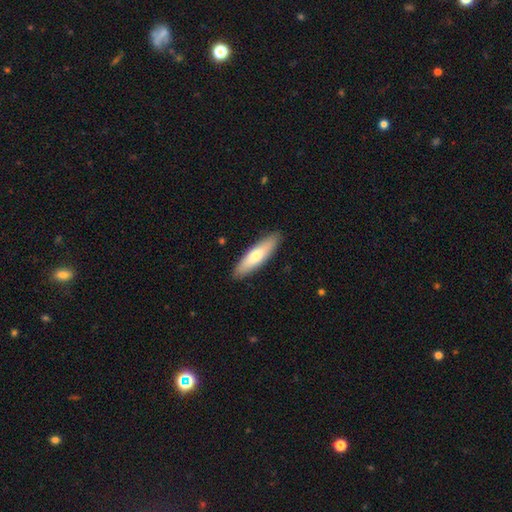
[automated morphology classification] Overall: smooth (70%). How rounded: cigar-shaped (67%; in between 31%). Merging: none (89%).